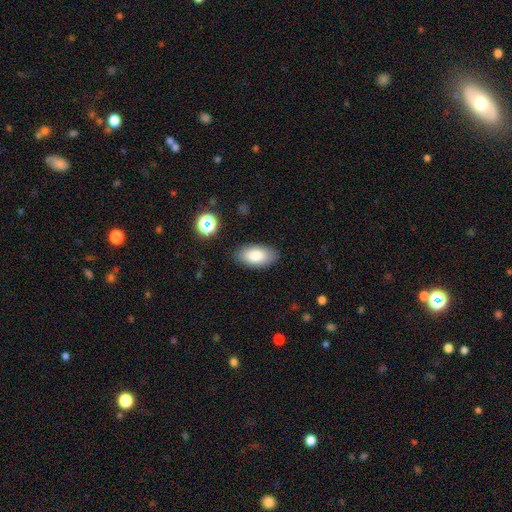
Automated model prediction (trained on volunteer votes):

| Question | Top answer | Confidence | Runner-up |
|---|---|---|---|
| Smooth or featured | smooth | 82% | featured or disk (10%) |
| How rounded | in between | 94% | round (3%) |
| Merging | none | 85% | minor disturbance (11%) |